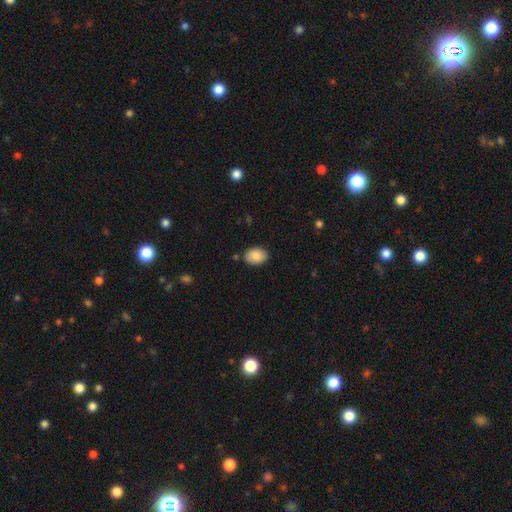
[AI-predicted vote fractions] The model was most divided on "how rounded": in between: 80%, round: 19%, cigar-shaped: 1%. More confident: smooth or featured — smooth (88%); merging — none (84%).